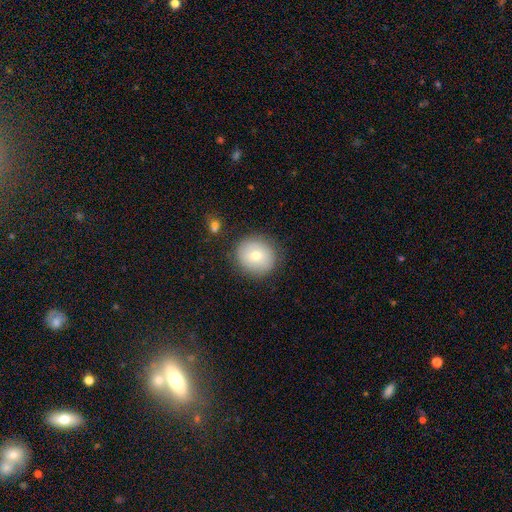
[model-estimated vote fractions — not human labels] smooth-or-featured: smooth: 72% | featured or disk: 18% | star or artifact: 9%
  how-rounded: round: 89% | in between: 10% | cigar-shaped: 1%
  merging: none: 86% | minor disturbance: 9% | major disturbance: 3% | merger: 2%